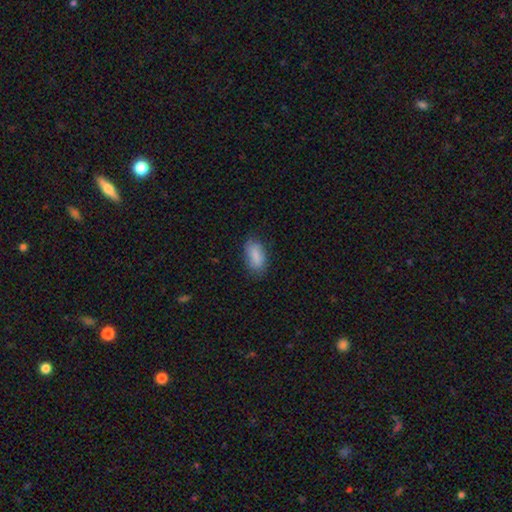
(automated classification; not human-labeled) The model was most divided on "merging": none: 73%, minor disturbance: 20%, major disturbance: 5%, merger: 1%. More confident: how rounded — in between (92%); smooth or featured — smooth (82%).